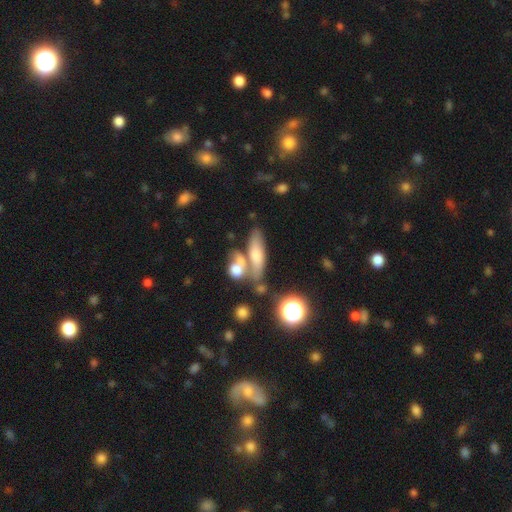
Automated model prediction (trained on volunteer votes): Overall: smooth (61%; featured or disk 28%). How rounded: in between (48%; cigar-shaped 44%). Merging: none (47%; merger 34%).